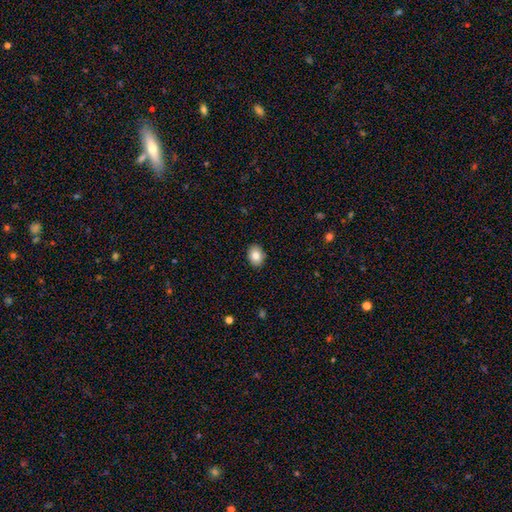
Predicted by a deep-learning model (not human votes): Smooth or featured: smooth — 83% (featured or disk — 9%)
How rounded: in between — 62% (round — 37%)
Merging: none — 89% (minor disturbance — 8%)